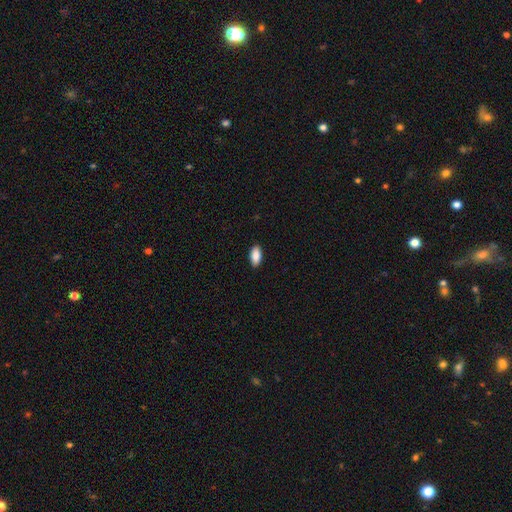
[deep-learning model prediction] Smooth or featured: smooth — 89% (star or artifact — 6%)
How rounded: in between — 91% (cigar-shaped — 6%)
Merging: none — 90% (minor disturbance — 8%)